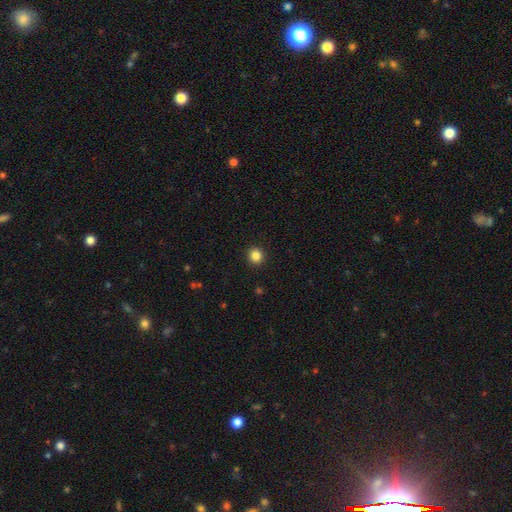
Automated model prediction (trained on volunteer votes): Smooth or featured?
  - smooth: 85% *
  - star or artifact: 11%
  - featured or disk: 4%
How rounded?
  - round: 92% *
  - in between: 7%
  - cigar-shaped: 1%
Merging?
  - none: 93% *
  - minor disturbance: 4%
  - major disturbance: 2%
  - merger: 1%